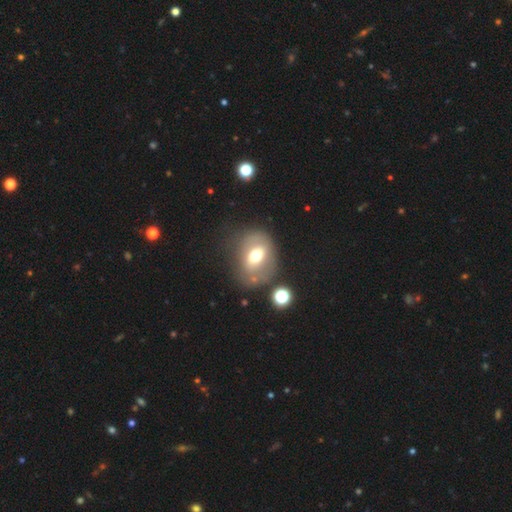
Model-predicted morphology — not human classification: smooth_or_featured: smooth (p=0.53) [alt: featured or disk p=0.37]
how_rounded: in between (p=0.60) [alt: round p=0.39]
merging: none (p=0.61) [alt: minor disturbance p=0.20]